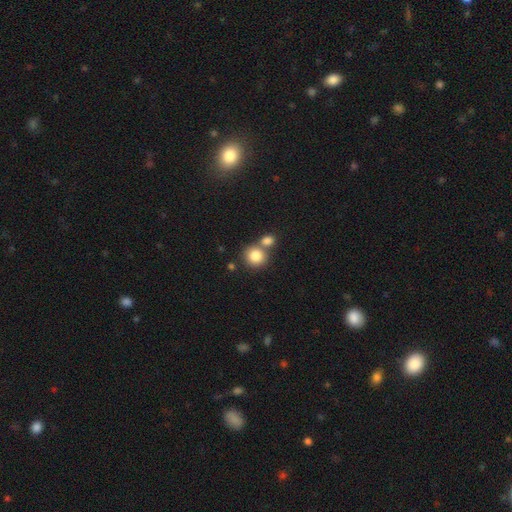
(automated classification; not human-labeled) Smooth or featured?
  - smooth: 83% *
  - star or artifact: 9%
  - featured or disk: 8%
How rounded?
  - round: 87% *
  - in between: 12%
  - cigar-shaped: 1%
Merging?
  - none: 52% *
  - merger: 38%
  - minor disturbance: 8%
  - major disturbance: 3%